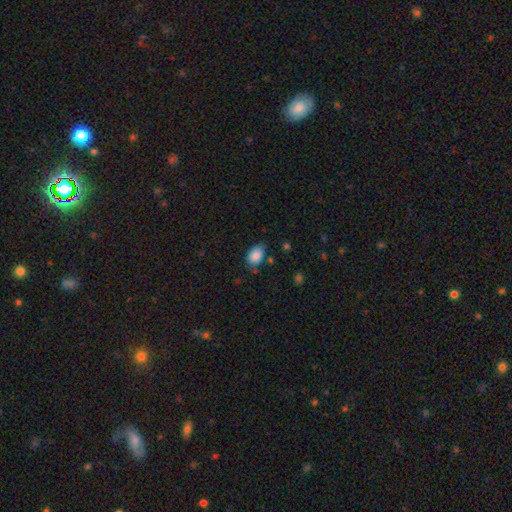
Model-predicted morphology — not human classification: Smooth or featured: smooth — 86% (star or artifact — 8%)
How rounded: in between — 86% (round — 13%)
Merging: none — 63% (minor disturbance — 28%)